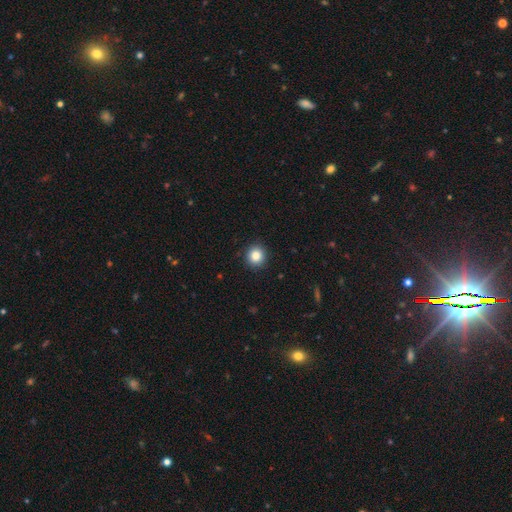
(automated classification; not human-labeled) A smooth galaxy with no disk features (85%) that is round (91%). Merging: none (92%).